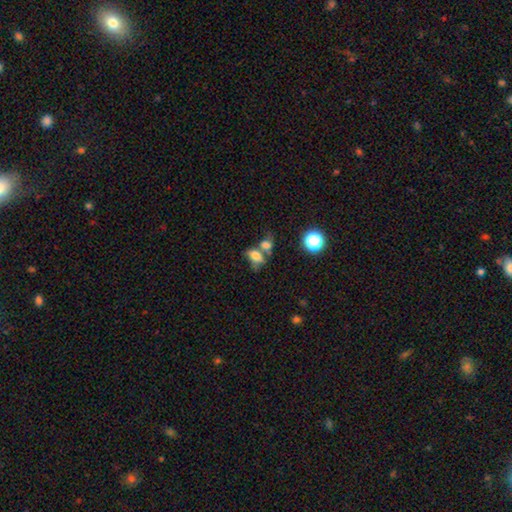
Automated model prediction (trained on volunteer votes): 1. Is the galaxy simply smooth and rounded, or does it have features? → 73% smooth, 15% featured or disk, 13% star or artifact.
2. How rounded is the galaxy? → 80% in between, 17% round, 3% cigar-shaped.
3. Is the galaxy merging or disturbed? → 47% merger, 30% none, 14% minor disturbance, 10% major disturbance.